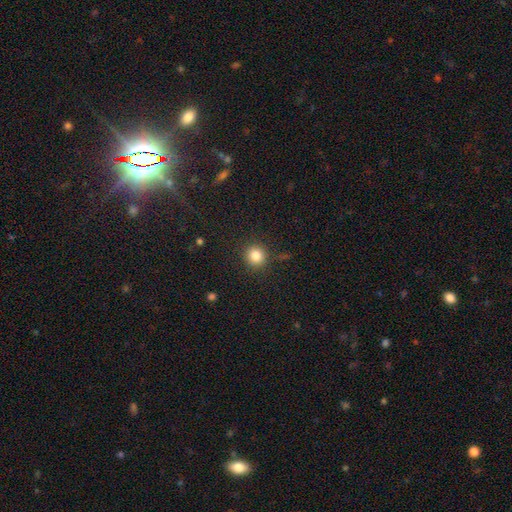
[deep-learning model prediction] This is clearly a smooth galaxy (83%). How rounded: clearly round (92%). Merging: clearly none (89%).